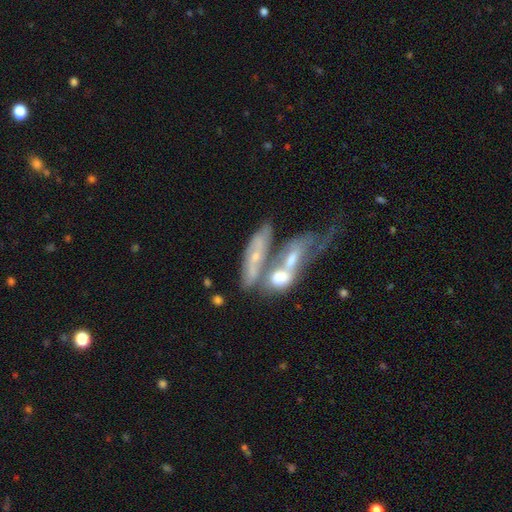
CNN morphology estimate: A featured or disk galaxy (61%). Merging: merger (63%).